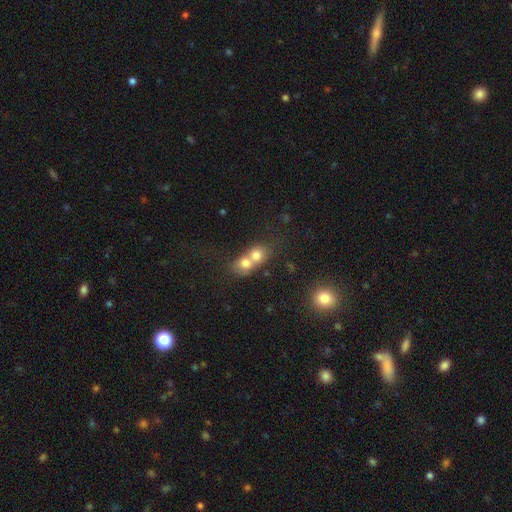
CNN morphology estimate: This is likely a smooth galaxy (71%). How rounded: likely round (65%). Merging: likely merger (74%).